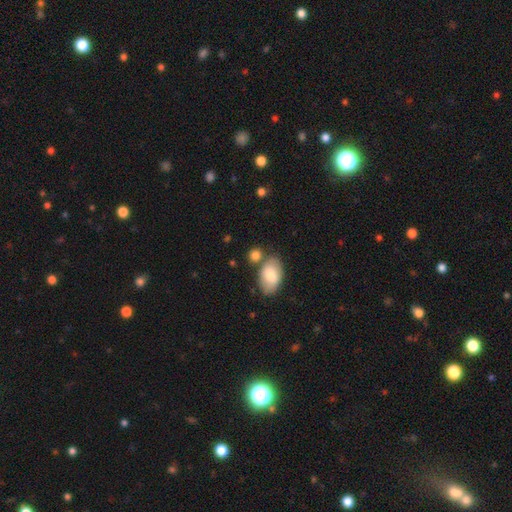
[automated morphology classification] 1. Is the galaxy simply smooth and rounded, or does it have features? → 82% smooth, 10% featured or disk, 8% star or artifact.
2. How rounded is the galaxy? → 52% in between, 46% round, 2% cigar-shaped.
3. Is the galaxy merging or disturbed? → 63% none, 21% merger, 13% minor disturbance, 4% major disturbance.